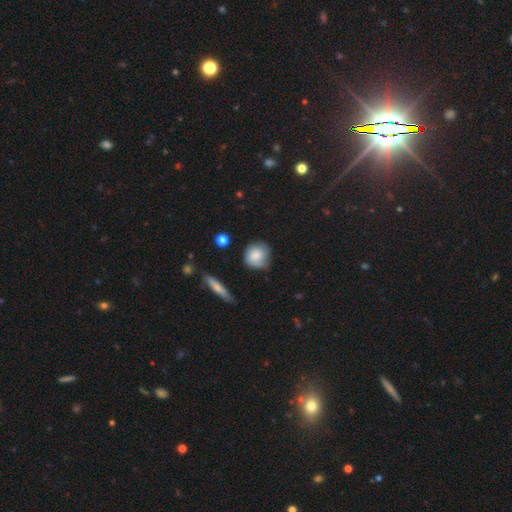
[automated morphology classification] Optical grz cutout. It shows a smooth galaxy with no disk features (75%) that is round (83%). Merging: none (61%).